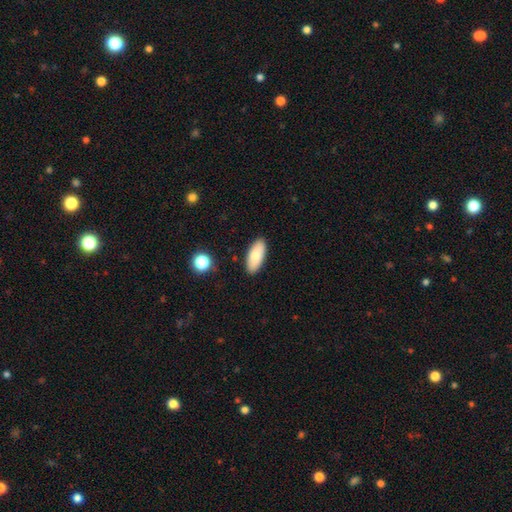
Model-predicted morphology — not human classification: type=smooth (81%); roundness=in between (87%); merging=none (88%).